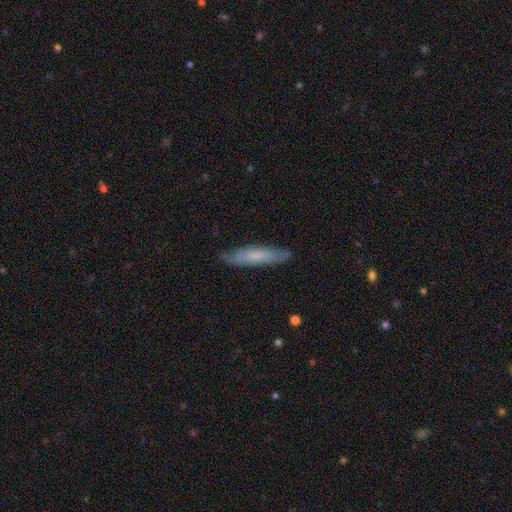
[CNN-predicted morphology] This appears to be a smooth galaxy with no disk features (57%) that is cigar-shaped (81%). Merging: none (80%).